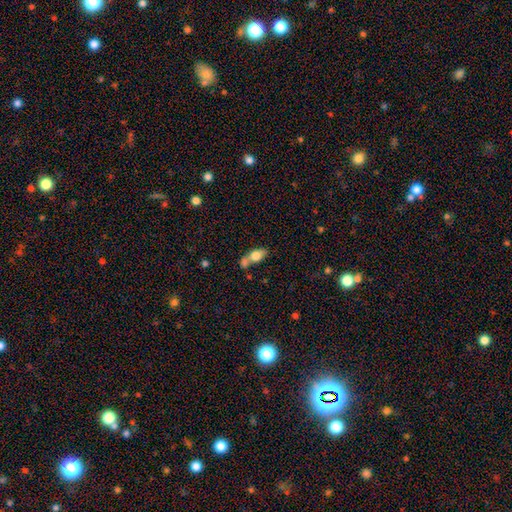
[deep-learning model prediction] Smooth or featured? smooth (71%)
How rounded? in between (78%)
Merging? merger (47%)